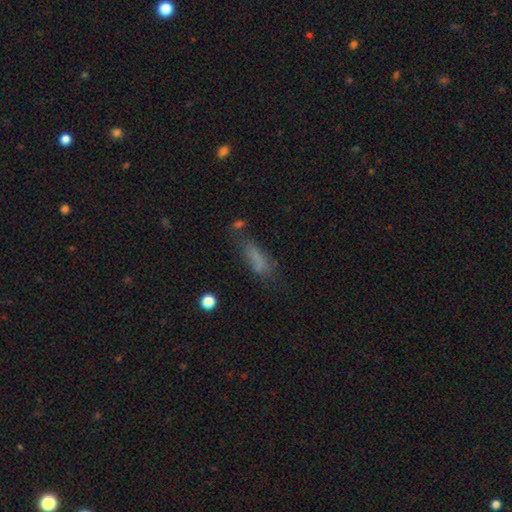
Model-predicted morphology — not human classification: Smooth or featured? smooth (65%)
How rounded? cigar-shaped (56%)
Merging? none (53%)